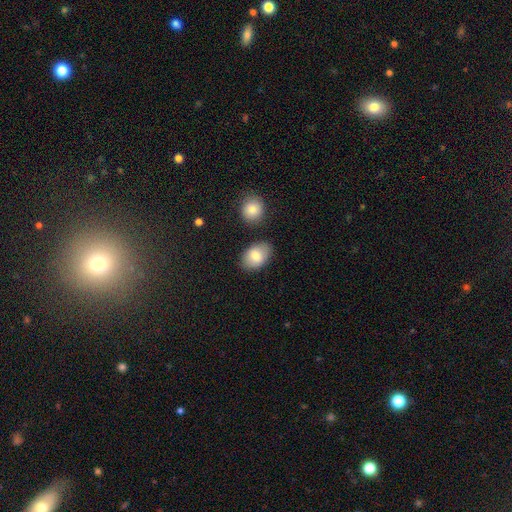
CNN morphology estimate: Smooth or featured?
  - smooth: 82% *
  - featured or disk: 11%
  - star or artifact: 7%
How rounded?
  - in between: 86% *
  - round: 13%
  - cigar-shaped: 1%
Merging?
  - none: 78% *
  - minor disturbance: 13%
  - merger: 7%
  - major disturbance: 3%